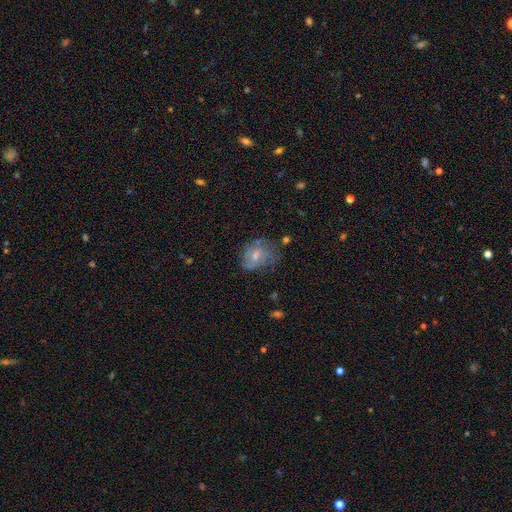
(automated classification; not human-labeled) A featured or disk galaxy (46%). Merging: none (47%).